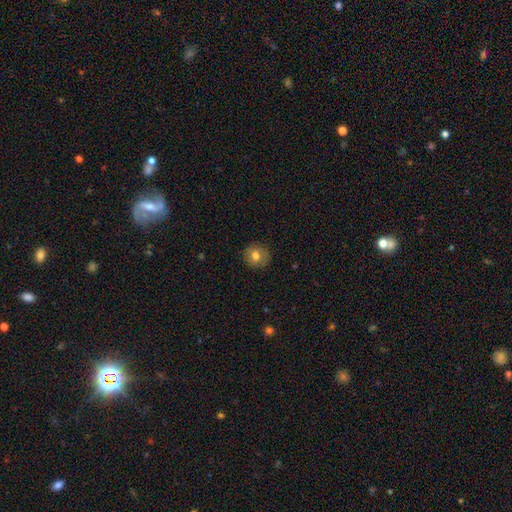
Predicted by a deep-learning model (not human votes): This is likely a smooth galaxy (75%). How rounded: clearly round (91%). Merging: clearly none (89%).